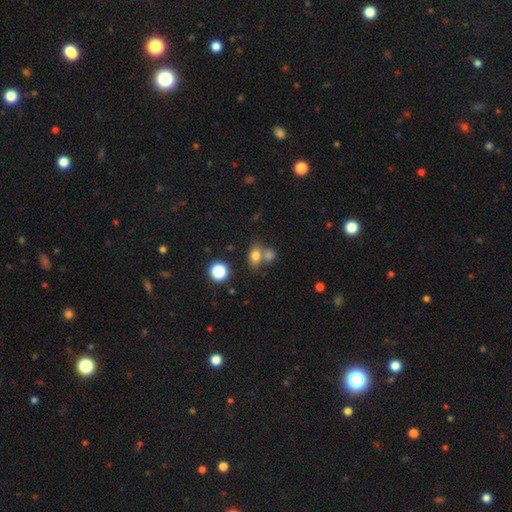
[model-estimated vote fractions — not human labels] A smooth galaxy with no disk features (76%) that is in between round and cigar-shaped (62%).

Vote fractions:
- Smooth or featured? smooth: 76% / star or artifact: 14% / featured or disk: 10%
- How rounded? in between: 62% / round: 36% / cigar-shaped: 2%
- Merging? none: 46% / merger: 39% / minor disturbance: 11% / major disturbance: 4%